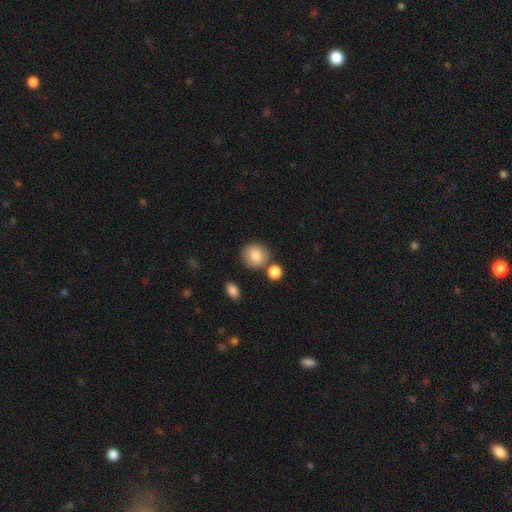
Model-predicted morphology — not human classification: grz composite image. It shows a smooth galaxy with no disk features (84%) that is round (83%). Merging: none (75%).